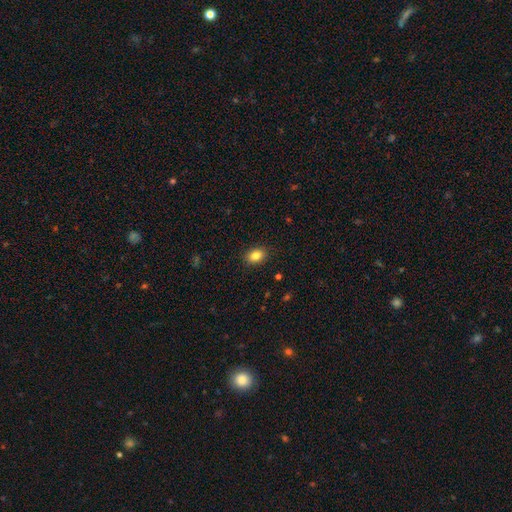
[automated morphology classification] Smooth or featured? Predicted: smooth (p=0.84). How rounded? Predicted: in between (p=0.76). Merging? Predicted: none (p=0.89).